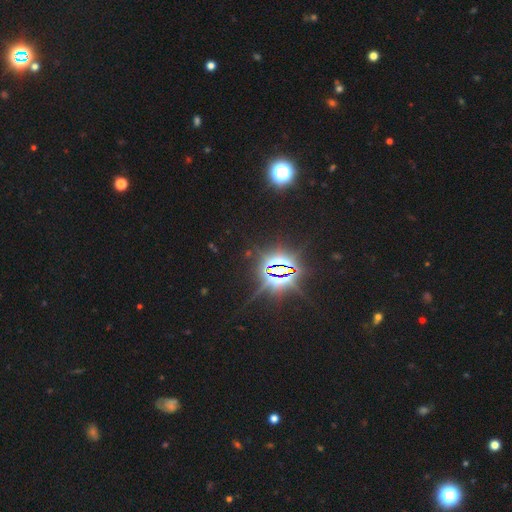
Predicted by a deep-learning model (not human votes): Smooth or featured?
  - star or artifact: 86% *
  - smooth: 9%
  - featured or disk: 5%